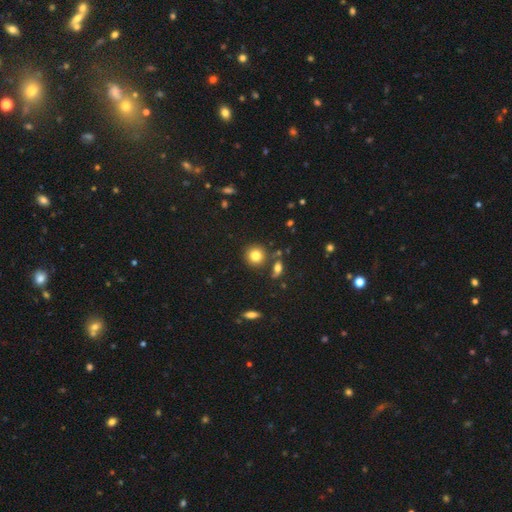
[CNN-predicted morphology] A smooth galaxy with no disk features (80%) that is round (90%).

Vote fractions:
- Smooth or featured? smooth: 80% / star or artifact: 11% / featured or disk: 9%
- How rounded? round: 90% / in between: 9% / cigar-shaped: 1%
- Merging? none: 80% / minor disturbance: 9% / merger: 8% / major disturbance: 3%